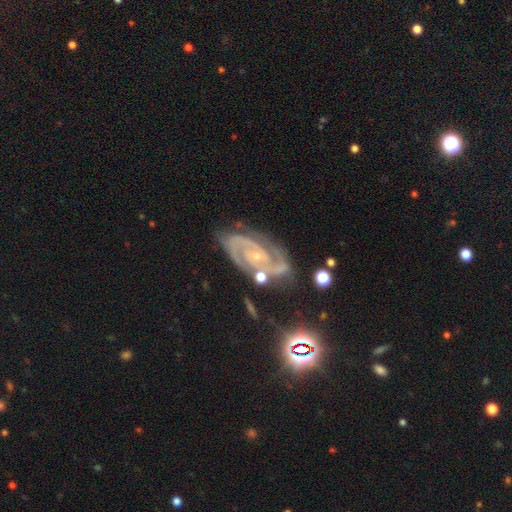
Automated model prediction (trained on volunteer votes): Smooth or featured? Predicted: featured or disk (p=0.88). Edge-on disk? Predicted: no (p=0.97). Bar? Predicted: no (p=0.57). Spiral arms? Predicted: yes (p=0.98). Spiral winding? Predicted: tight (p=0.57). Spiral arm count? Predicted: 2 (p=0.75). Bulge size? Predicted: small (p=0.80). Merging? Predicted: none (p=0.66).